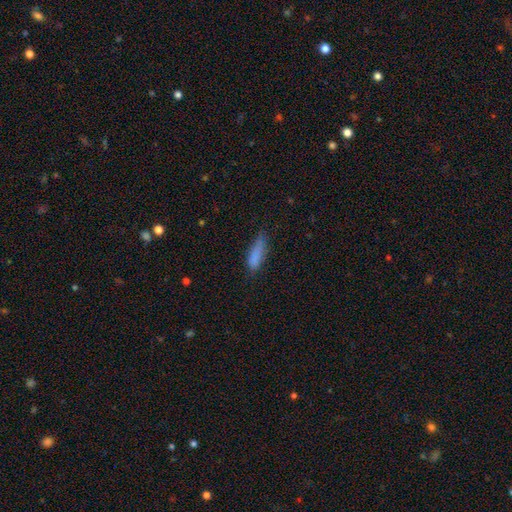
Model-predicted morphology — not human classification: This is clearly a smooth galaxy (81%). How rounded: possibly cigar-shaped (54%). Merging: possibly none (58%).